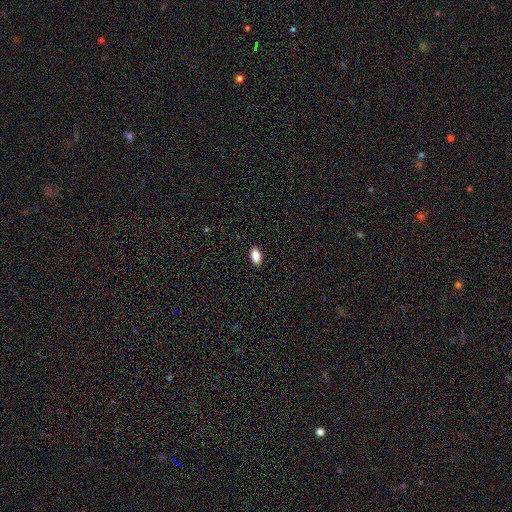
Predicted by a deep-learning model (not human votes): Smooth or featured?
  - smooth: 87% *
  - star or artifact: 7%
  - featured or disk: 6%
How rounded?
  - in between: 92% *
  - cigar-shaped: 4%
  - round: 4%
Merging?
  - none: 90% *
  - minor disturbance: 8%
  - major disturbance: 2%
  - merger: 1%